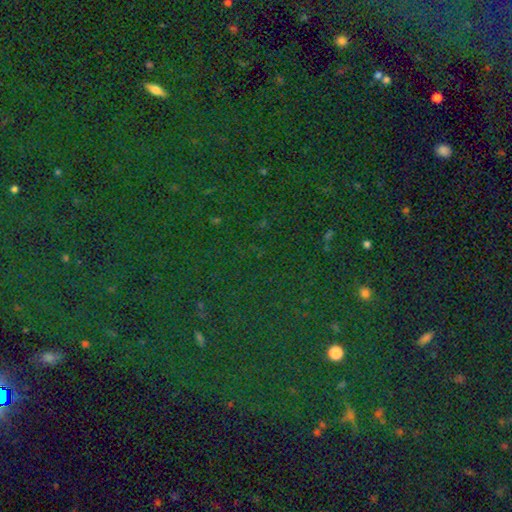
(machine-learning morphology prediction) smooth_or_featured: star or artifact (p=0.81) [alt: smooth p=0.12]